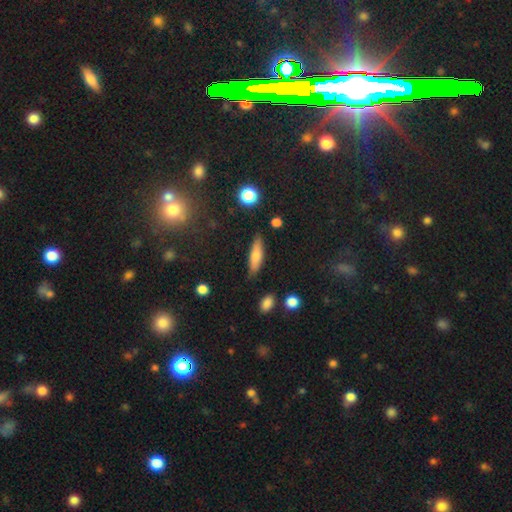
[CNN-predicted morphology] This appears to be a smooth galaxy with no disk features (71%) that is cigar-shaped (65%). Merging: none (81%).